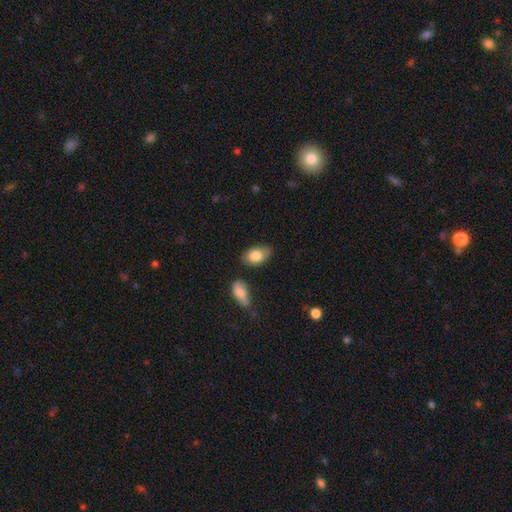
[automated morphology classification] Smooth or featured?
  - smooth: 82% *
  - featured or disk: 12%
  - star or artifact: 6%
How rounded?
  - in between: 89% *
  - round: 10%
  - cigar-shaped: 2%
Merging?
  - none: 72% *
  - minor disturbance: 19%
  - merger: 5%
  - major disturbance: 4%